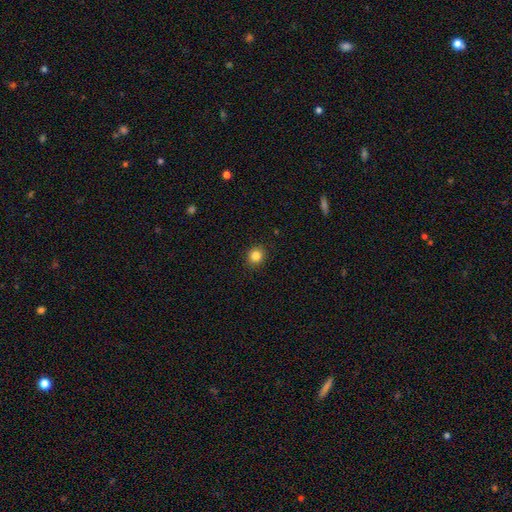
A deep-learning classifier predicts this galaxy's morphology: A smooth galaxy with no disk features (84%) that is round (86%). Merging: none (91%).